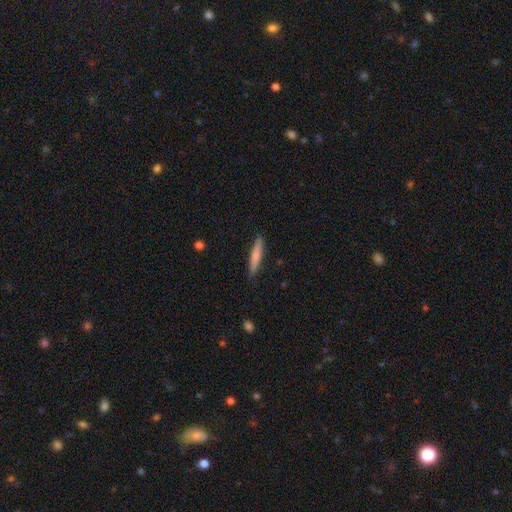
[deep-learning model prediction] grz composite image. It shows a smooth galaxy with no disk features (69%) that is cigar-shaped (93%). Merging: none (89%).